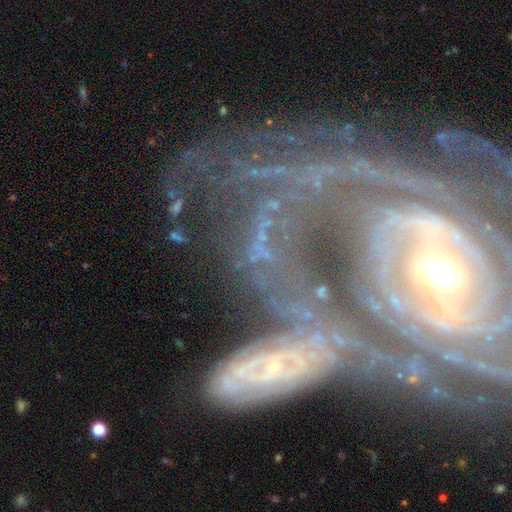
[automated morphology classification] Smooth or featured? featured or disk (75%)
Edge-on disk? no (91%)
Bar? no (42%)
Spiral arms? yes (88%)
Spiral winding? tight (63%)
Spiral arm count? can't tell (32%)
Bulge size? small (49%)
Merging? none (43%)